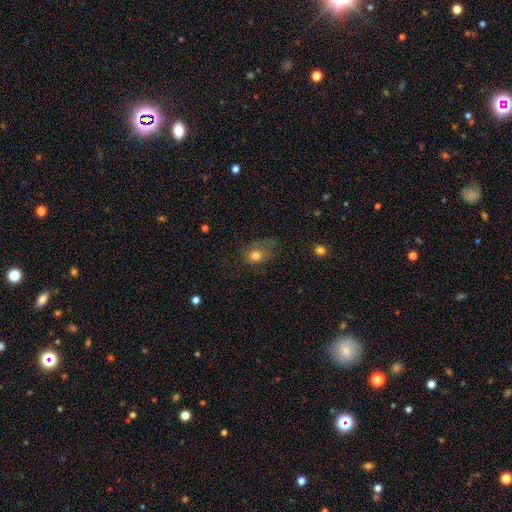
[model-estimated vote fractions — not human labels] smooth_or_featured: smooth (p=0.77) [alt: star or artifact p=0.12]
how_rounded: round (p=0.51) [alt: in between p=0.48]
merging: none (p=0.43) [alt: minor disturbance p=0.30]